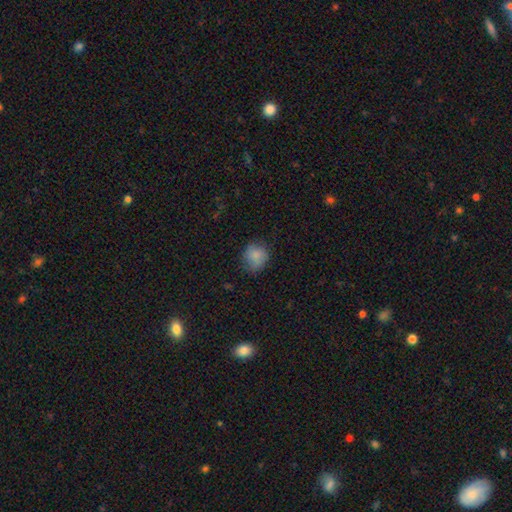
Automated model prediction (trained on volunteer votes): This is clearly a smooth galaxy (83%). How rounded: likely round (78%). Merging: likely none (71%).